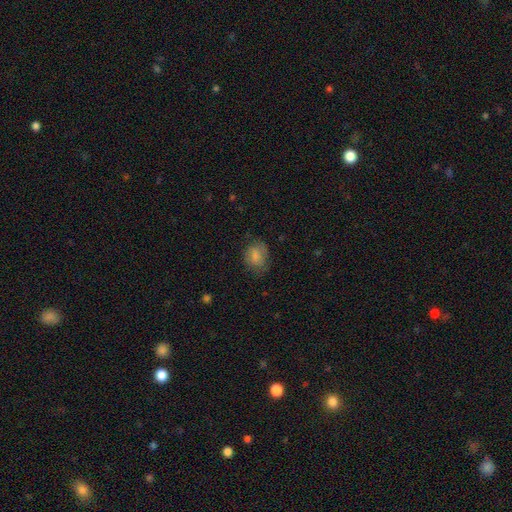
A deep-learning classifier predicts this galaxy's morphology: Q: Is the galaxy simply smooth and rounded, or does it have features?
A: smooth — 79%.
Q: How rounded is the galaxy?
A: in between — 53%.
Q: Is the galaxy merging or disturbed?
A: none — 66%.